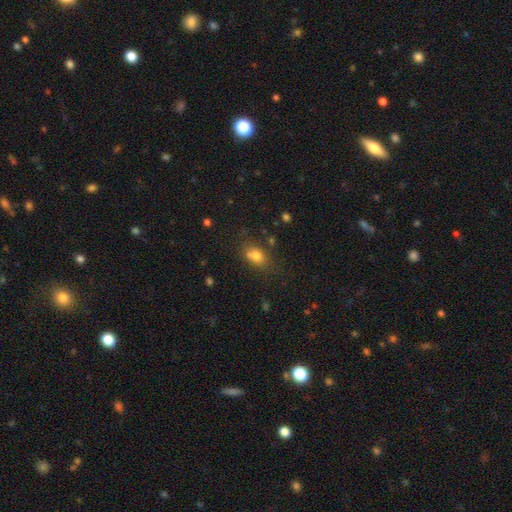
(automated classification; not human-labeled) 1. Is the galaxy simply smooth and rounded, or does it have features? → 77% smooth, 12% star or artifact, 11% featured or disk.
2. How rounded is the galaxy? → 73% in between, 24% round, 3% cigar-shaped.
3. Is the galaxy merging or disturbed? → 59% none, 20% minor disturbance, 13% merger, 8% major disturbance.